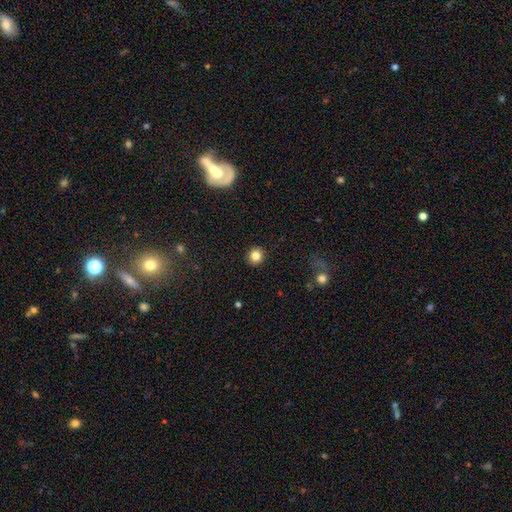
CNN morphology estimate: Smooth or featured: smooth — 83% (star or artifact — 11%)
How rounded: round — 92% (in between — 7%)
Merging: none — 92% (minor disturbance — 5%)